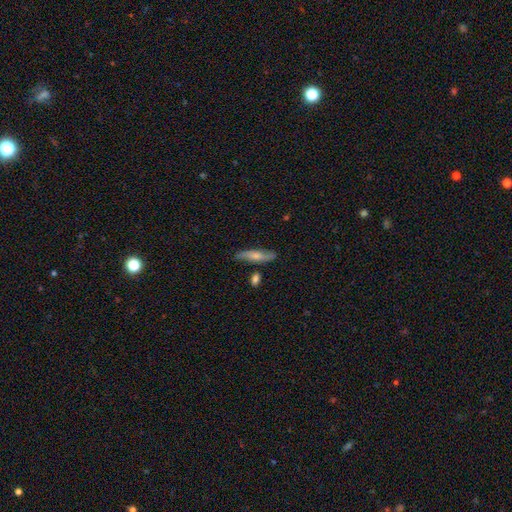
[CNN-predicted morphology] type=smooth (51%); roundness=cigar-shaped (70%); merging=none (70%).